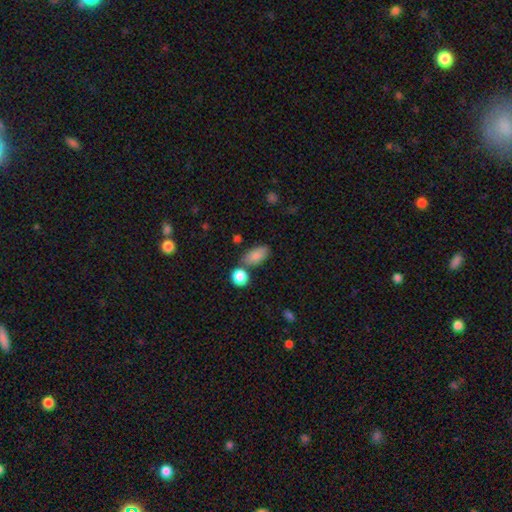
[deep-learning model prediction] A smooth galaxy with no disk features (85%) that is in between round and cigar-shaped (87%).

Vote fractions:
- Smooth or featured? smooth: 85% / star or artifact: 8% / featured or disk: 7%
- How rounded? in between: 87% / round: 8% / cigar-shaped: 5%
- Merging? none: 68% / minor disturbance: 14% / merger: 14% / major disturbance: 4%